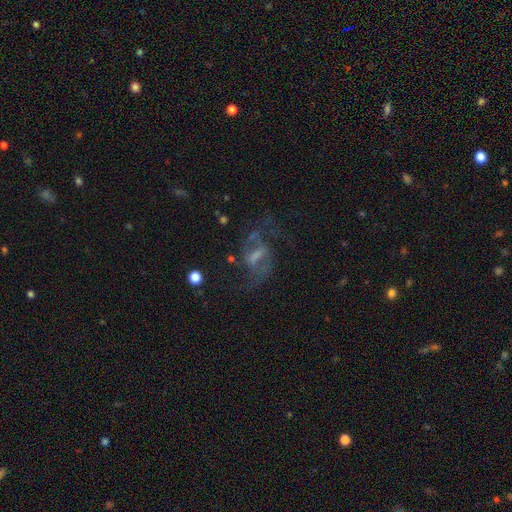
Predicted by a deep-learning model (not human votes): Smooth or featured? Predicted: featured or disk (p=0.73). Edge-on disk? Predicted: no (p=0.95). Bar? Predicted: weak (p=0.52). Spiral arms? Predicted: yes (p=0.85). Spiral winding? Predicted: loose (p=0.47). Spiral arm count? Predicted: 2 (p=0.82). Bulge size? Predicted: small (p=0.34). Merging? Predicted: none (p=0.58).